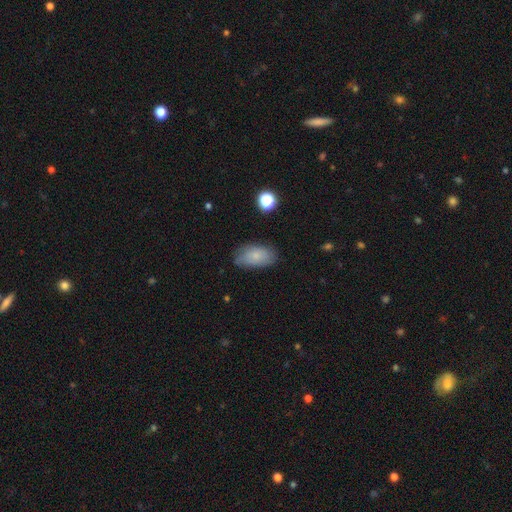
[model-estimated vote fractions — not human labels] Smooth or featured?
  - smooth: 76% *
  - featured or disk: 16%
  - star or artifact: 8%
How rounded?
  - in between: 93% *
  - round: 5%
  - cigar-shaped: 2%
Merging?
  - none: 72% *
  - minor disturbance: 22%
  - major disturbance: 5%
  - merger: 2%